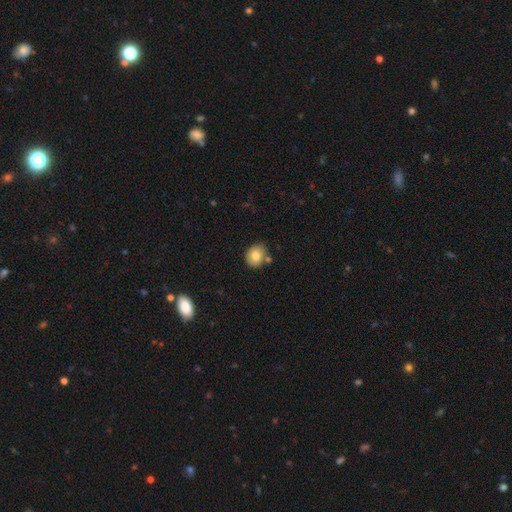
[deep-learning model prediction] A smooth galaxy with no disk features (80%) that is round (61%).

Vote fractions:
- Smooth or featured? smooth: 80% / featured or disk: 11% / star or artifact: 9%
- How rounded? round: 61% / in between: 38% / cigar-shaped: 1%
- Merging? none: 72% / minor disturbance: 14% / merger: 10% / major disturbance: 3%